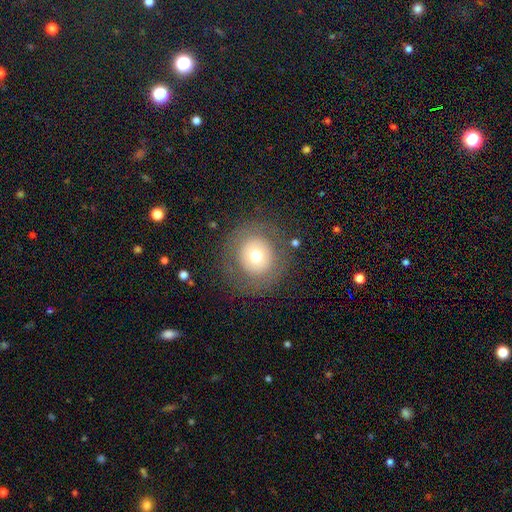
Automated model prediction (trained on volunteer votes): Overall: smooth (62%; featured or disk 25%). How rounded: round (93%). Merging: none (81%).